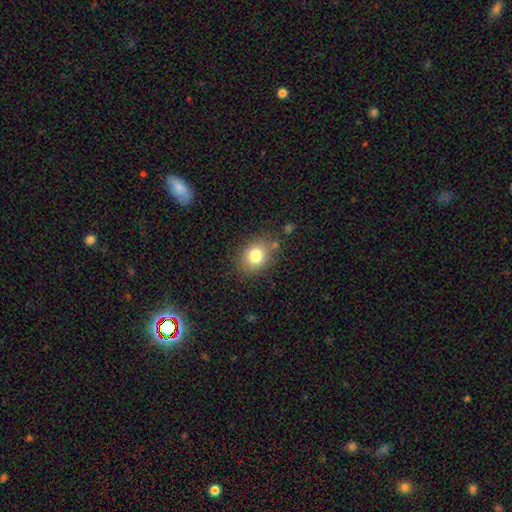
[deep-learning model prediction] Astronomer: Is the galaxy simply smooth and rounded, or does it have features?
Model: smooth — 80%.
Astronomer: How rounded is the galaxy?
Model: round — 52% (runner-up: in between, 48%).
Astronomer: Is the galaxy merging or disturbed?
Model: none — 79%.